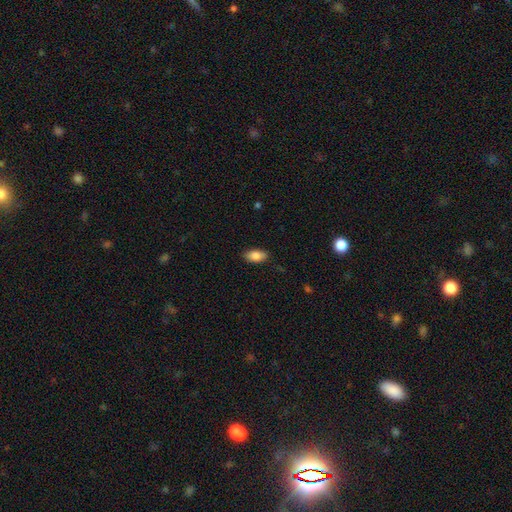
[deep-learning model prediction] smooth_or_featured: smooth (p=0.85) [alt: featured or disk p=0.08]
how_rounded: in between (p=0.92) [alt: cigar-shaped p=0.05]
merging: none (p=0.87) [alt: minor disturbance p=0.10]